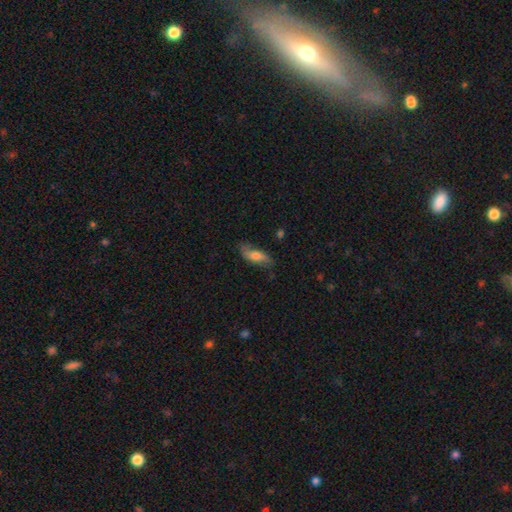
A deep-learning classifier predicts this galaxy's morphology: Smooth or featured: smooth — 55% (featured or disk — 38%)
How rounded: in between — 69% (cigar-shaped — 28%)
Merging: none — 64% (minor disturbance — 25%)